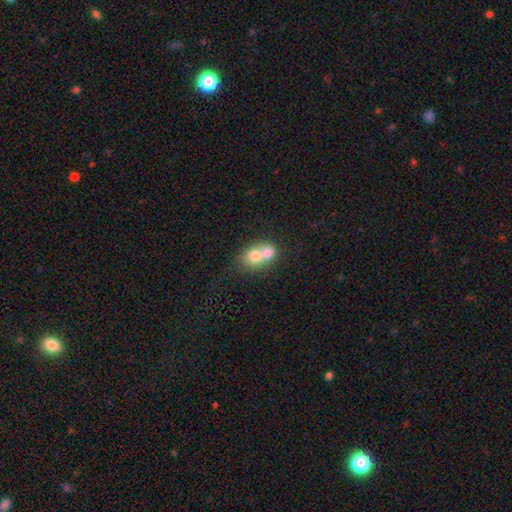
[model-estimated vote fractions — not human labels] smooth-or-featured: smooth: 70% | featured or disk: 21% | star or artifact: 9%
  how-rounded: round: 57% | in between: 42% | cigar-shaped: 1%
  merging: merger: 73% | none: 19% | minor disturbance: 5% | major disturbance: 3%